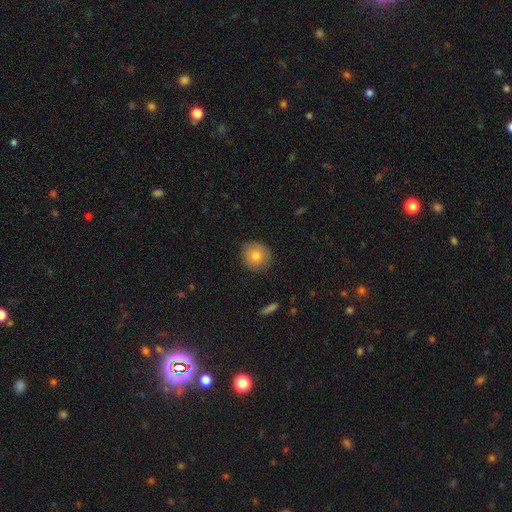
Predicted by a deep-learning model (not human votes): smooth-or-featured: smooth: 78% | featured or disk: 13% | star or artifact: 8%
  how-rounded: round: 90% | in between: 9% | cigar-shaped: 1%
  merging: none: 89% | minor disturbance: 8% | major disturbance: 2% | merger: 1%